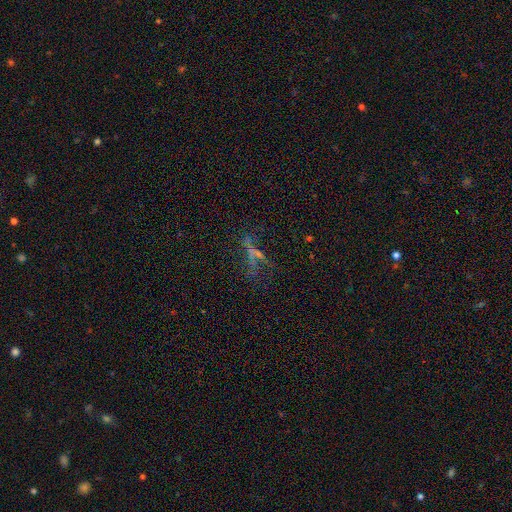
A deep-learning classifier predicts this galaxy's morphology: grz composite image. It shows a star or artifact, not a galaxy (47%).